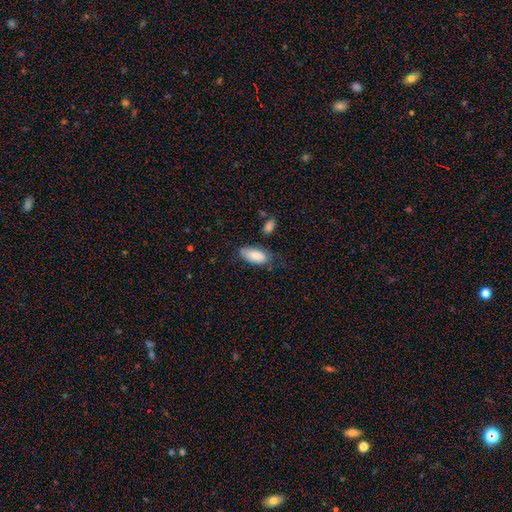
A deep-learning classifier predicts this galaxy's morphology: Smooth or featured? Predicted: smooth (p=0.81). How rounded? Predicted: in between (p=0.90). Merging? Predicted: none (p=0.59).